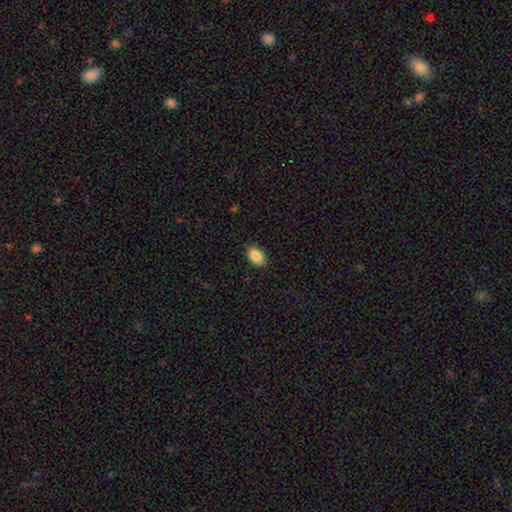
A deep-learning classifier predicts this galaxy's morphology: Smooth or featured: smooth — 88% (star or artifact — 8%)
How rounded: in between — 88% (round — 11%)
Merging: none — 88% (minor disturbance — 9%)